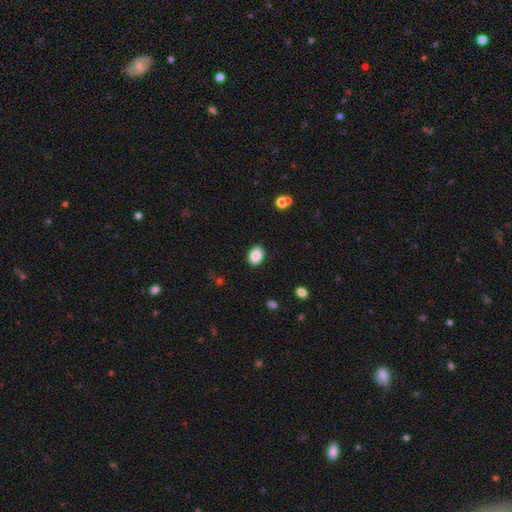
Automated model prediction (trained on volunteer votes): smooth_or_featured: smooth (p=0.88) [alt: star or artifact p=0.08]
how_rounded: in between (p=0.74) [alt: round p=0.25]
merging: none (p=0.89) [alt: minor disturbance p=0.08]